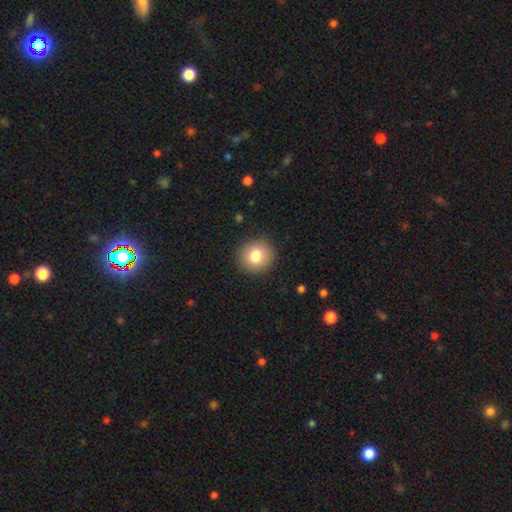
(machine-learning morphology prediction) Smooth or featured?
  - smooth: 81% *
  - featured or disk: 10%
  - star or artifact: 9%
How rounded?
  - round: 92% *
  - in between: 7%
  - cigar-shaped: 1%
Merging?
  - none: 91% *
  - minor disturbance: 6%
  - major disturbance: 2%
  - merger: 1%